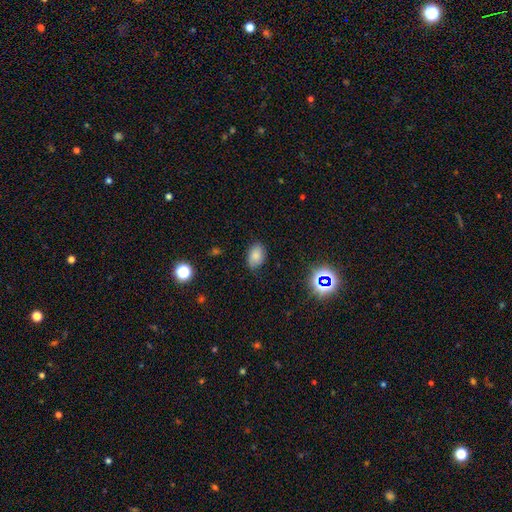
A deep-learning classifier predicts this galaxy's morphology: This appears to be a smooth galaxy with no disk features (80%) that is in between round and cigar-shaped (84%). Merging: none (80%).